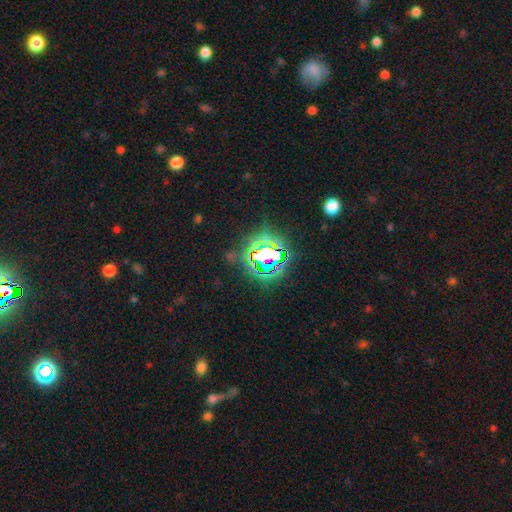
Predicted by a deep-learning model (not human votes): The model was most divided on "smooth or featured": star or artifact: 80%, smooth: 11%, featured or disk: 9%.